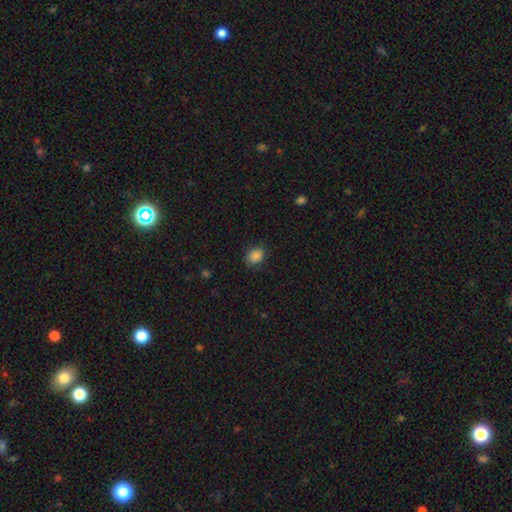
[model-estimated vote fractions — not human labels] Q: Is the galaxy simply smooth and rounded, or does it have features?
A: smooth — 86%.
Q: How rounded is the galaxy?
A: in between — 62%.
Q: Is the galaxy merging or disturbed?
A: none — 79%.